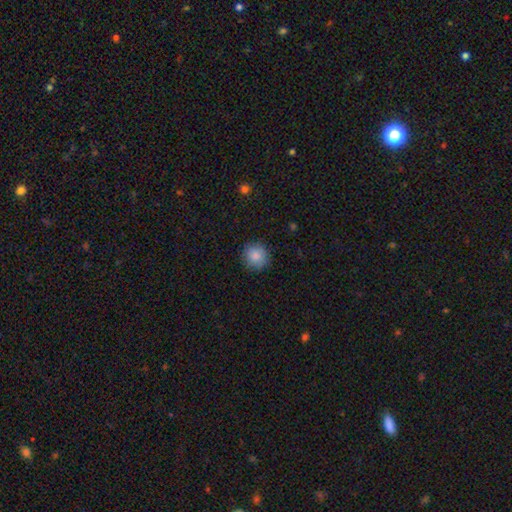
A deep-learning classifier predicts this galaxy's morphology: Overall: smooth (86%). How rounded: round (92%). Merging: none (88%).